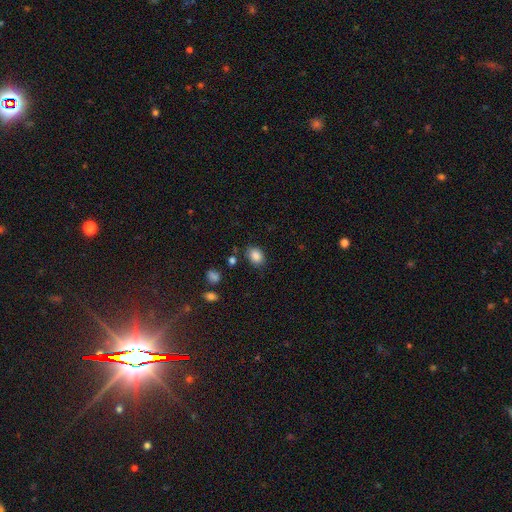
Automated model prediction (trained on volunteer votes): Q: Smooth or featured?
A: smooth (86%); runner-up: star or artifact (9%)
Q: How rounded?
A: in between (67%); runner-up: round (32%)
Q: Merging?
A: none (78%); runner-up: minor disturbance (15%)